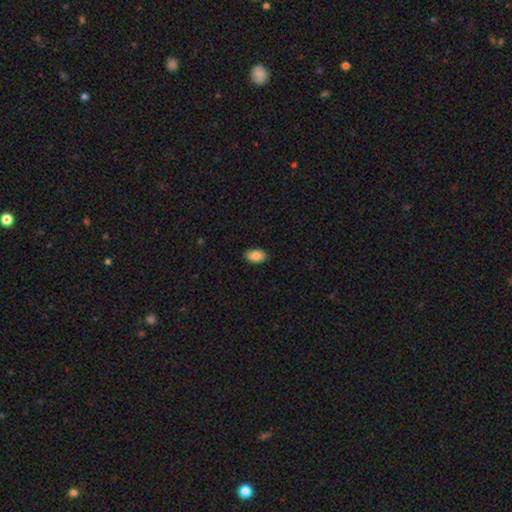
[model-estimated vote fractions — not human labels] Overall: smooth (85%). How rounded: in between (91%). Merging: none (86%).